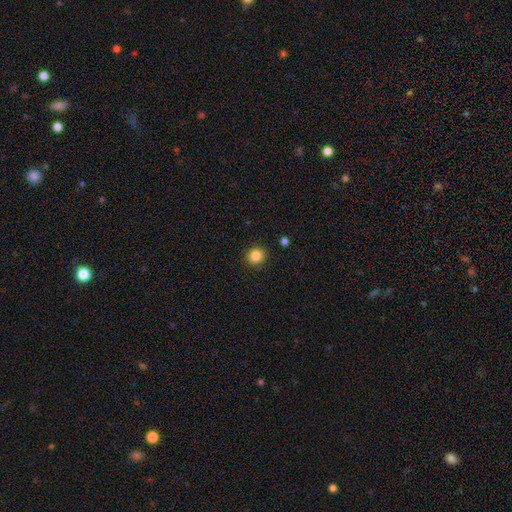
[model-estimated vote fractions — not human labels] A smooth galaxy with no disk features (85%) that is round (89%).

Vote fractions:
- Smooth or featured? smooth: 85% / star or artifact: 11% / featured or disk: 4%
- How rounded? round: 89% / in between: 10% / cigar-shaped: 1%
- Merging? none: 91% / minor disturbance: 6% / major disturbance: 2% / merger: 1%